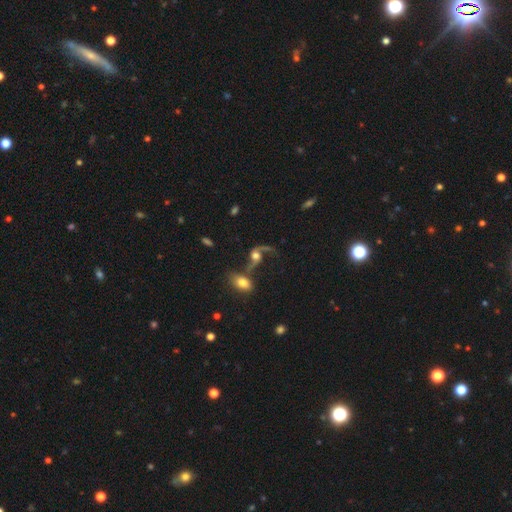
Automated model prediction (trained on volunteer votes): The model was most divided on "bulge size": moderate: 47%, large: 31%, small: 12%, dominant: 5%, none: 4%. Remaining: edge-on disk — no (94%); spiral arms — yes (92%); spiral arm count — 2 (85%); spiral winding — loose (81%); smooth or featured — featured or disk (78%); bar — no (64%); merging — none (42%).